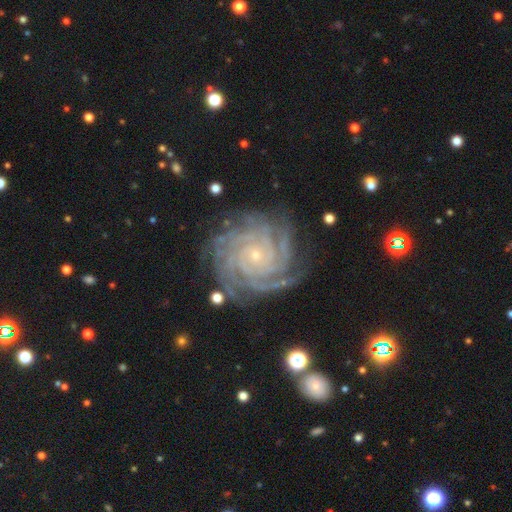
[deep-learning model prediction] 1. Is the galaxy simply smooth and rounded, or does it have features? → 91% featured or disk, 5% star or artifact, 3% smooth.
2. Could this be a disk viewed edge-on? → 98% no, 2% yes.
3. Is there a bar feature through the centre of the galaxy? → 76% no, 16% weak, 7% strong.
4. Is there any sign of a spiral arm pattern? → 99% yes, 1% no.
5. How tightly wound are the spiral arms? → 84% tight, 14% medium, 2% loose.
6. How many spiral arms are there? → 29% 4, 28% more than 4, 13% 3, 13% can't tell, 9% 2, 8% 1.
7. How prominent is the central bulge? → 85% small, 11% moderate, 2% none, 1% large, 1% dominant.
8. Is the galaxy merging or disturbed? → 81% none, 13% minor disturbance, 4% major disturbance, 2% merger.